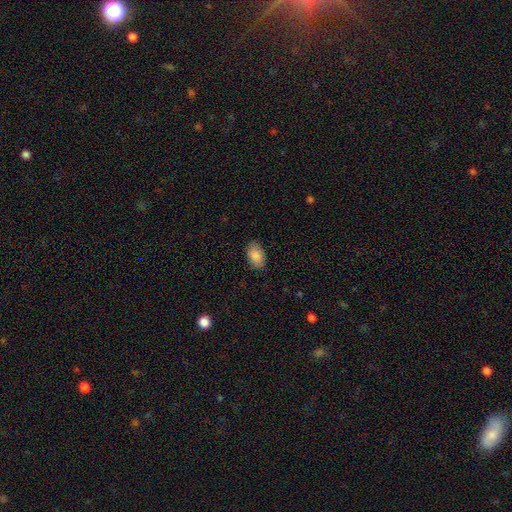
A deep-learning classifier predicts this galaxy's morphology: A smooth galaxy with no disk features (88%) that is in between round and cigar-shaped (93%). Merging: none (85%).